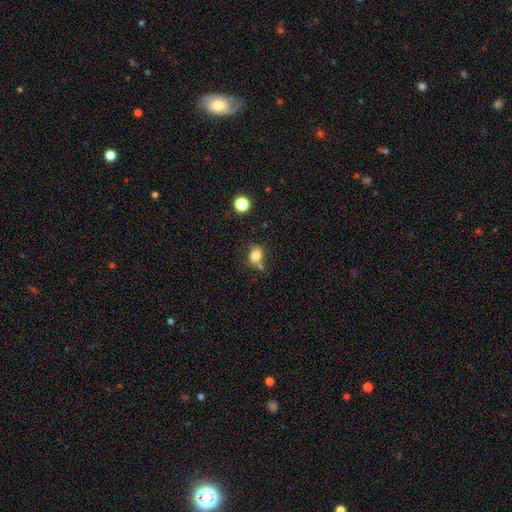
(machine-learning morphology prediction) Smooth or featured? smooth (80%)
How rounded? round (58%)
Merging? none (61%)